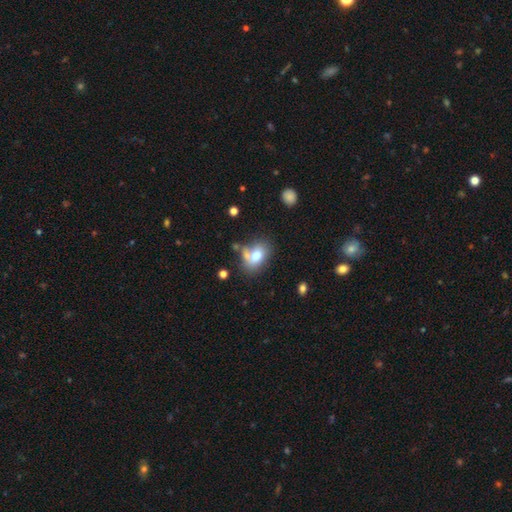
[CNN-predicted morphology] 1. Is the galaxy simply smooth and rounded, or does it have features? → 74% smooth, 17% featured or disk, 10% star or artifact.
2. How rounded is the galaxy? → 75% in between, 24% round, 1% cigar-shaped.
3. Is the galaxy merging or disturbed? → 45% none, 23% merger, 21% minor disturbance, 11% major disturbance.